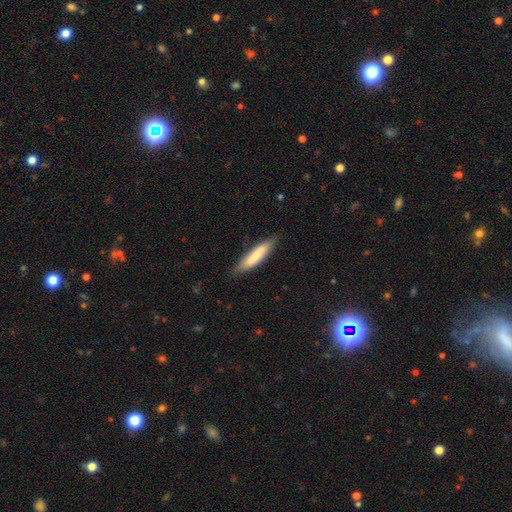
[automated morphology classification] A smooth galaxy with no disk features (77%) that is cigar-shaped (80%).

Vote fractions:
- Smooth or featured? smooth: 77% / featured or disk: 17% / star or artifact: 5%
- How rounded? cigar-shaped: 80% / in between: 18% / round: 1%
- Merging? none: 82% / minor disturbance: 14% / major disturbance: 2% / merger: 1%